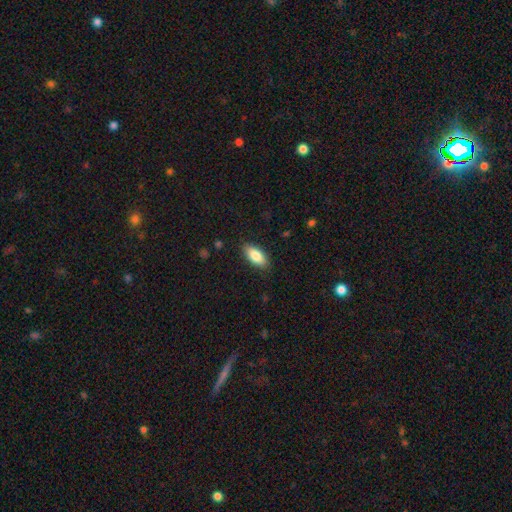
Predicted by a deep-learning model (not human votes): smooth-or-featured: smooth: 85% | featured or disk: 9% | star or artifact: 6%
  how-rounded: in between: 88% | cigar-shaped: 10% | round: 2%
  merging: none: 87% | minor disturbance: 10% | major disturbance: 2% | merger: 1%